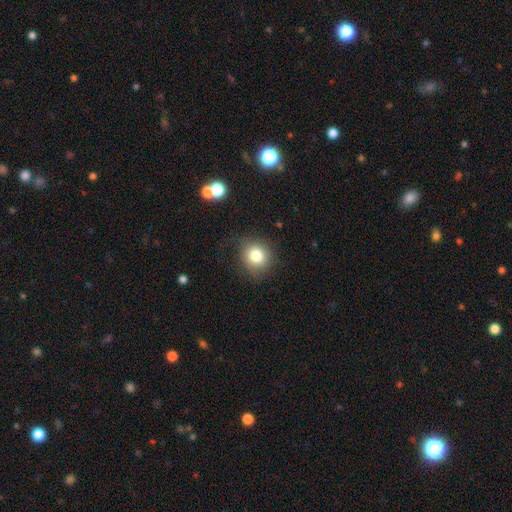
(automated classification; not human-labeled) The model was most divided on "merging": none: 80%, minor disturbance: 14%, major disturbance: 5%, merger: 2%. More confident: how rounded — round (83%); smooth or featured — smooth (80%).